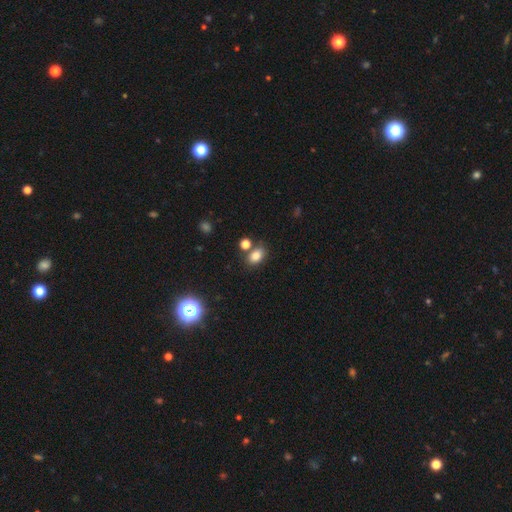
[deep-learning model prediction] Q: Smooth or featured?
A: smooth (81%); runner-up: star or artifact (12%)
Q: How rounded?
A: in between (74%); runner-up: round (24%)
Q: Merging?
A: none (68%); runner-up: merger (16%)